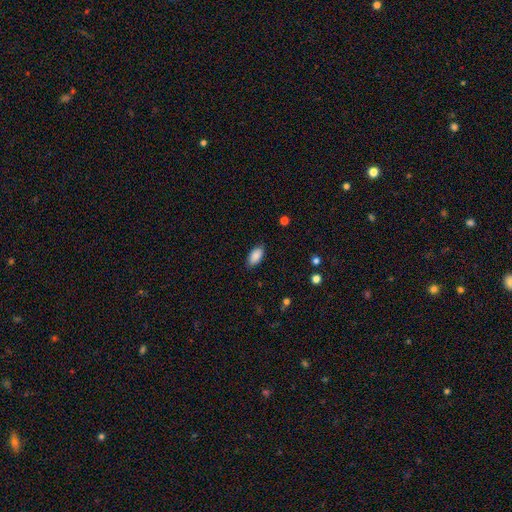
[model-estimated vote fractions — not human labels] This is clearly a smooth galaxy (89%). How rounded: clearly in between (93%). Merging: clearly none (86%).